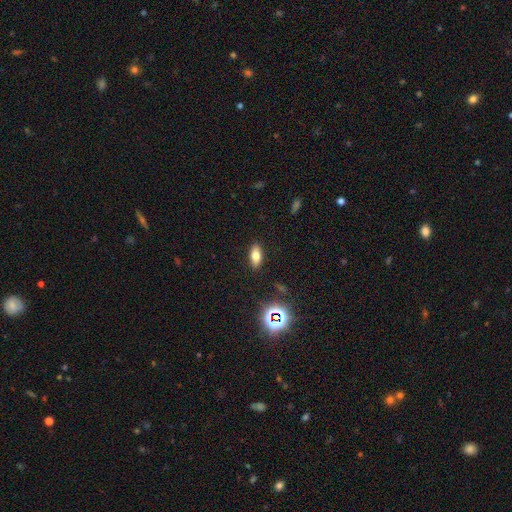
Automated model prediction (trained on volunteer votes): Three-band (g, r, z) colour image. It shows a smooth galaxy with no disk features (71%) that is in between round and cigar-shaped (82%). Merging: none (88%).